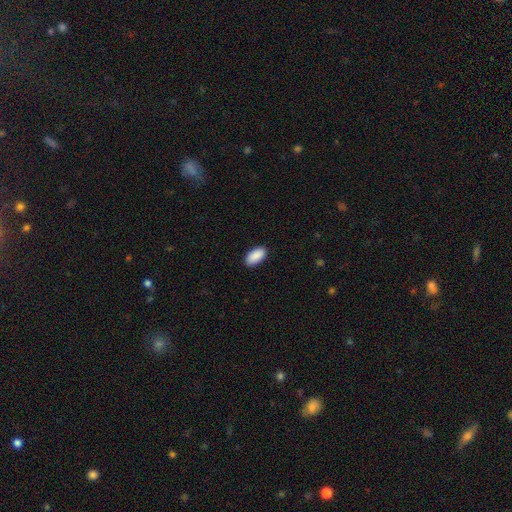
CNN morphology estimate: Smooth or featured: smooth — 91% (star or artifact — 6%)
How rounded: in between — 95% (cigar-shaped — 3%)
Merging: none — 89% (minor disturbance — 8%)